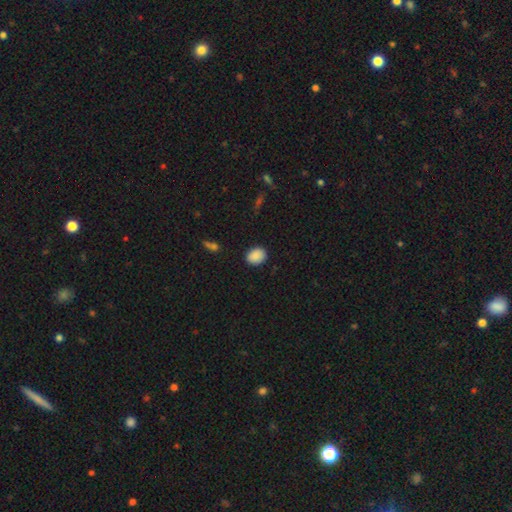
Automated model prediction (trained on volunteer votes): smooth 89%, star or artifact 8%, featured or disk 4%. Down the decision tree: how rounded — in between (58%); merging — none (87%).